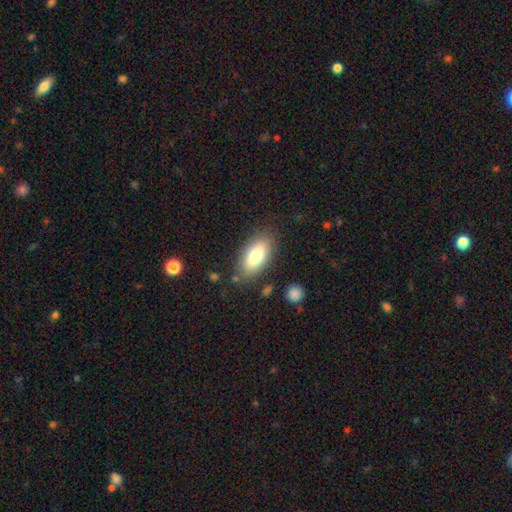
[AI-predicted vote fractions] This appears to be a smooth galaxy with no disk features (77%) that is in between round and cigar-shaped (90%). Merging: none (81%).